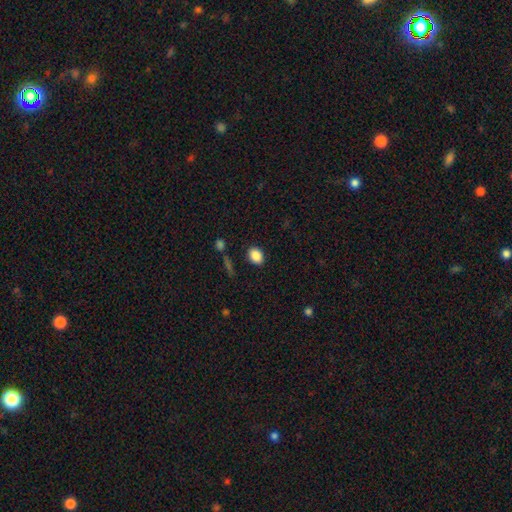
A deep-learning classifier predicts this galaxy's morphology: Q: Smooth or featured?
A: smooth (87%); runner-up: star or artifact (9%)
Q: How rounded?
A: in between (68%); runner-up: round (31%)
Q: Merging?
A: none (86%); runner-up: minor disturbance (9%)